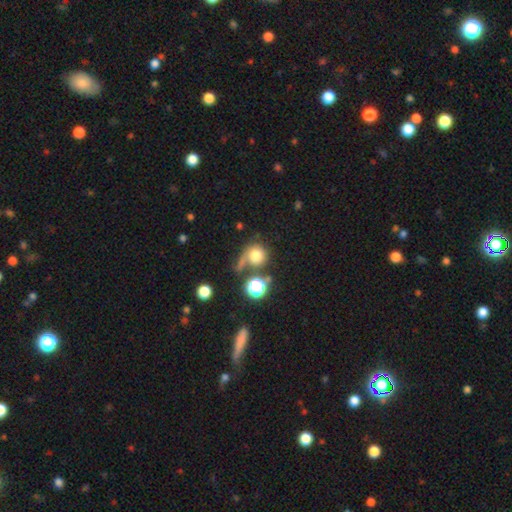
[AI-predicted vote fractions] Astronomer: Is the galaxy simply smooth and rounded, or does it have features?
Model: smooth — 74%.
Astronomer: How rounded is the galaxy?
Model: round — 88%.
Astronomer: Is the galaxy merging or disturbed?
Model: none — 52%.